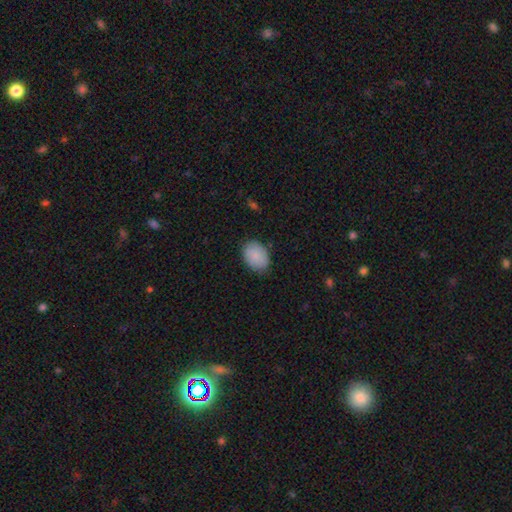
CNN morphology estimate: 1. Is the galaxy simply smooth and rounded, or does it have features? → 88% smooth, 7% star or artifact, 5% featured or disk.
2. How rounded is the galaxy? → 78% in between, 21% round, 1% cigar-shaped.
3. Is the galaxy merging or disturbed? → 80% none, 16% minor disturbance, 3% major disturbance, 1% merger.